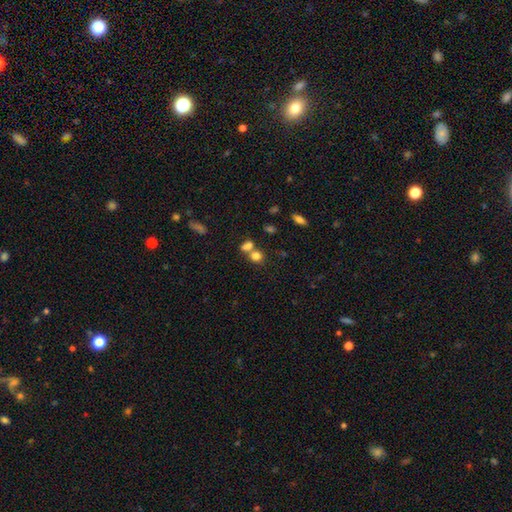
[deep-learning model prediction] smooth 76%, star or artifact 14%, featured or disk 10%. Down the decision tree: how rounded — round (76%); merging — none (46%).